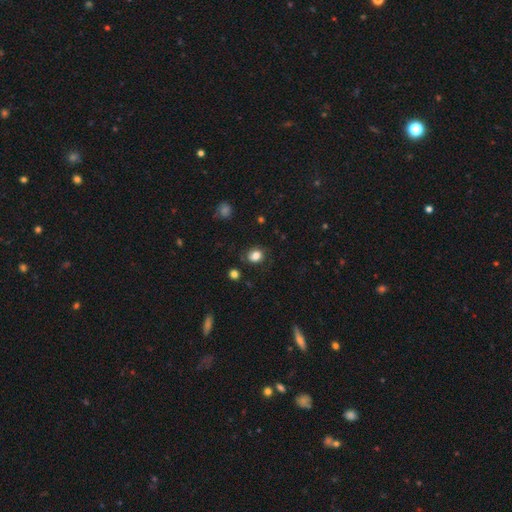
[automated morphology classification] Smooth or featured?
  - smooth: 82% *
  - star or artifact: 12%
  - featured or disk: 7%
How rounded?
  - round: 62% *
  - in between: 37%
  - cigar-shaped: 1%
Merging?
  - none: 78% *
  - minor disturbance: 15%
  - major disturbance: 4%
  - merger: 2%